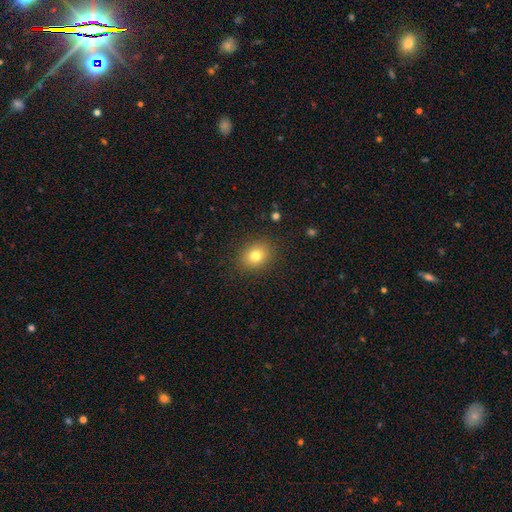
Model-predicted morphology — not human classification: Smooth or featured: smooth — 79% (star or artifact — 12%)
How rounded: round — 59% (in between — 40%)
Merging: none — 88% (minor disturbance — 8%)